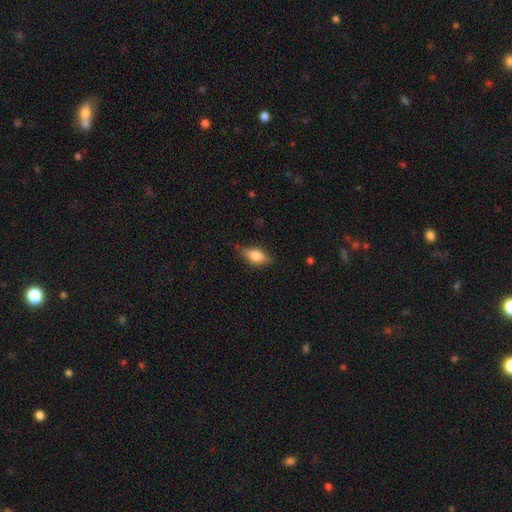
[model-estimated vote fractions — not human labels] Smooth or featured: smooth — 62% (featured or disk — 30%)
How rounded: in between — 77% (cigar-shaped — 17%)
Merging: none — 77% (minor disturbance — 18%)